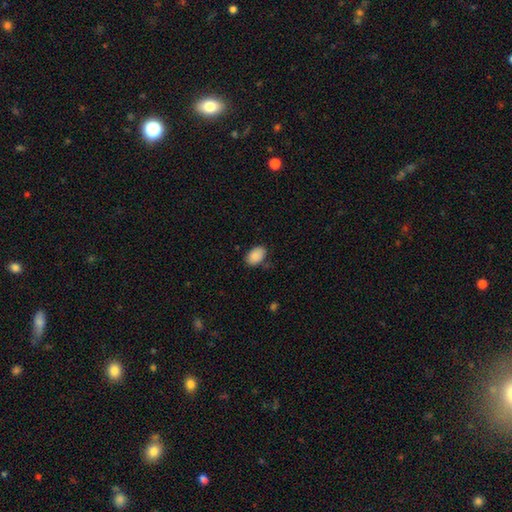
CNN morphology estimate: A smooth galaxy with no disk features (89%) that is in between round and cigar-shaped (87%).

Vote fractions:
- Smooth or featured? smooth: 89% / star or artifact: 7% / featured or disk: 4%
- How rounded? in between: 87% / round: 12% / cigar-shaped: 1%
- Merging? none: 78% / minor disturbance: 16% / major disturbance: 3% / merger: 2%